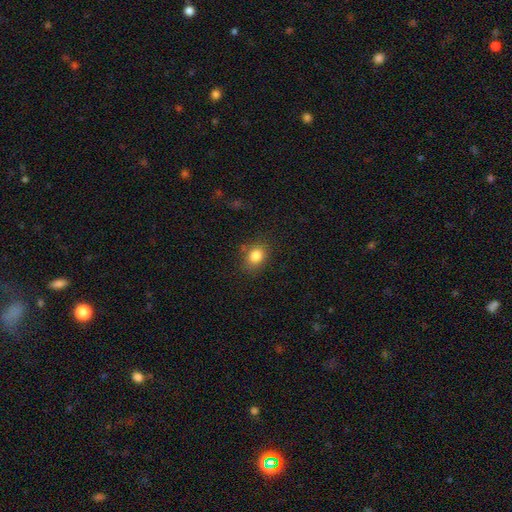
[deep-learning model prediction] Q: Smooth or featured?
A: smooth (83%); runner-up: star or artifact (11%)
Q: How rounded?
A: round (50%); runner-up: in between (49%)
Q: Merging?
A: none (79%); runner-up: minor disturbance (14%)